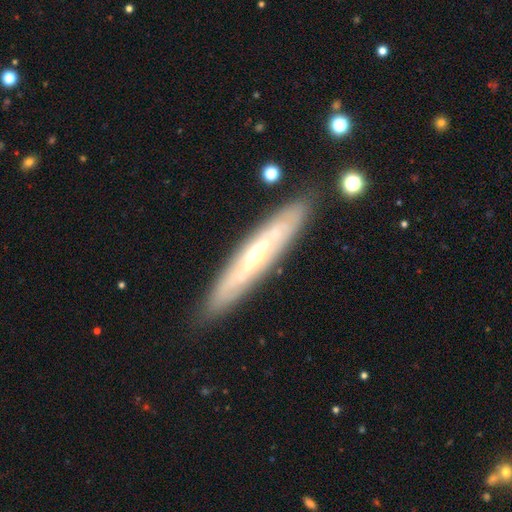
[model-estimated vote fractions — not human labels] Q: Smooth or featured?
A: featured or disk (71%); runner-up: smooth (23%)
Q: Edge-on disk?
A: yes (59%); runner-up: no (41%)
Q: Merging?
A: none (86%); runner-up: minor disturbance (10%)